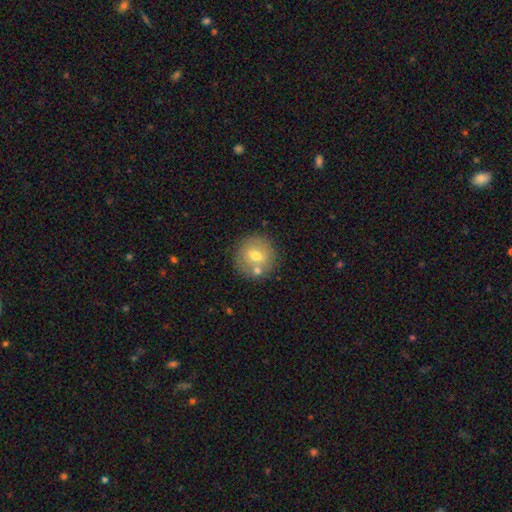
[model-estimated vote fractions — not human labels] This appears to be a smooth galaxy with no disk features (65%) that is round (91%). Merging: none (73%).